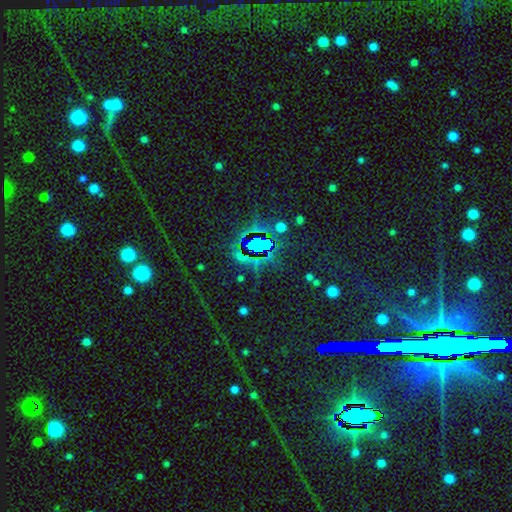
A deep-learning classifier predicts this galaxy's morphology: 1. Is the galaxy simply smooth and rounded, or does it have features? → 74% star or artifact, 16% smooth, 9% featured or disk.